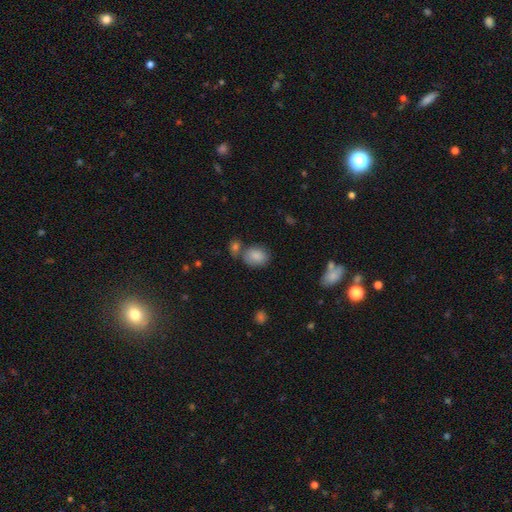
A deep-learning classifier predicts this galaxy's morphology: Q: Smooth or featured?
A: smooth (85%); runner-up: star or artifact (8%)
Q: How rounded?
A: in between (55%); runner-up: round (43%)
Q: Merging?
A: none (59%); runner-up: merger (20%)